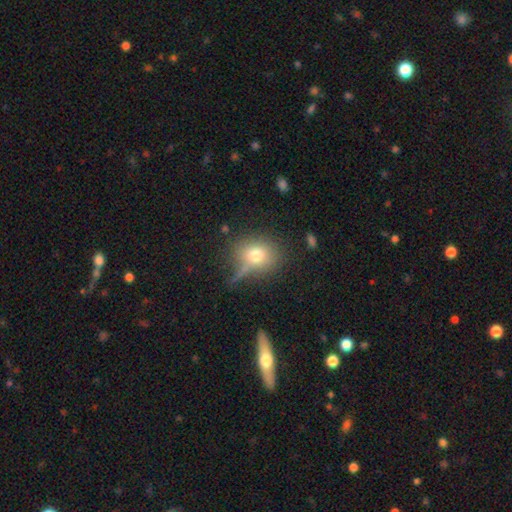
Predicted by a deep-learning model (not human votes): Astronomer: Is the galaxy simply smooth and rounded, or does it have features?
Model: smooth — 72%.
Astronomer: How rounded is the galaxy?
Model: round — 68%.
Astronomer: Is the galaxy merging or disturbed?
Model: none — 61%.